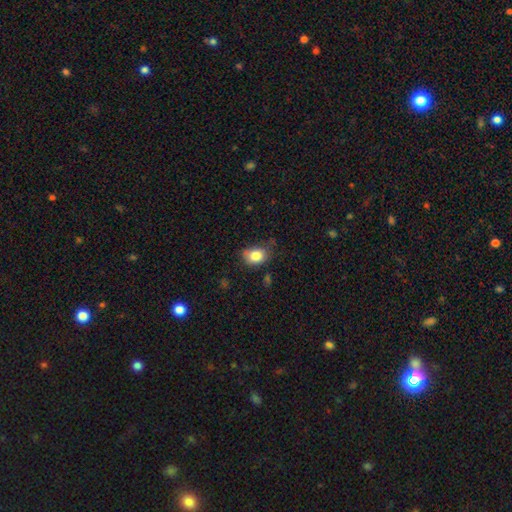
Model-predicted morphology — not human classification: smooth_or_featured: smooth (p=0.82) [alt: star or artifact p=0.09]
how_rounded: in between (p=0.61) [alt: round p=0.38]
merging: none (p=0.62) [alt: minor disturbance p=0.28]